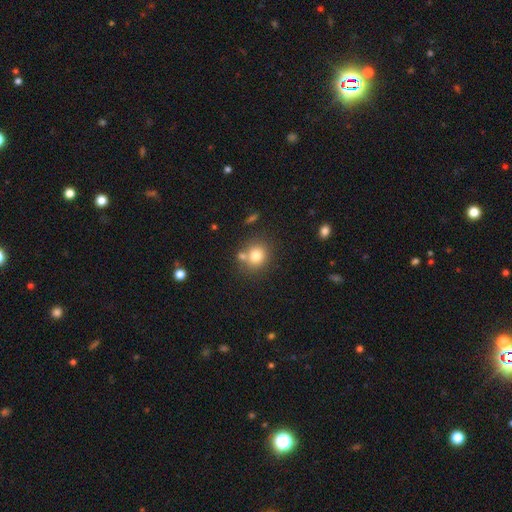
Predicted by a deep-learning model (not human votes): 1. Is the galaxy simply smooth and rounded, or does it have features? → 78% smooth, 12% star or artifact, 10% featured or disk.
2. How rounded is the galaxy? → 78% round, 21% in between, 1% cigar-shaped.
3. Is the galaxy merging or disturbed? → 65% none, 20% merger, 11% minor disturbance, 4% major disturbance.